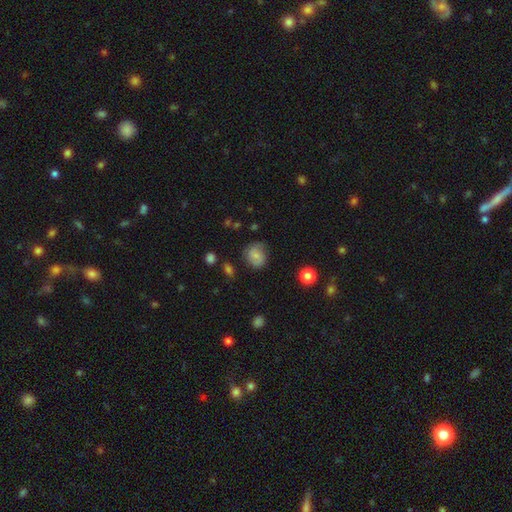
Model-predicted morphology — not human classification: A smooth galaxy with no disk features (74%) that is round (66%). Merging: none (64%).